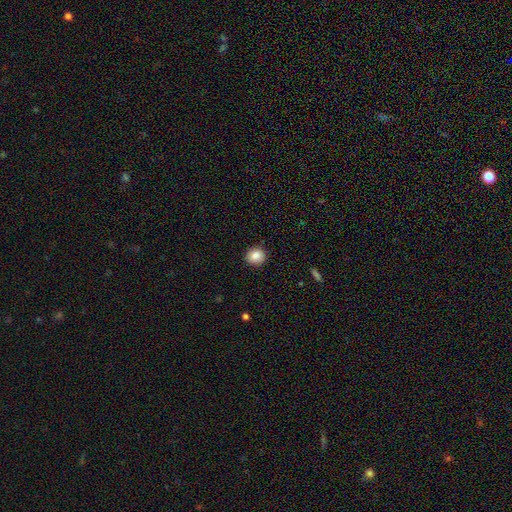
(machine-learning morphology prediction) A smooth galaxy with no disk features (86%) that is round (84%). Merging: none (90%).